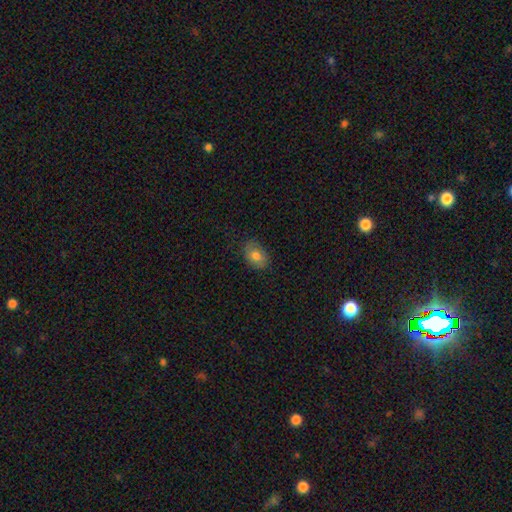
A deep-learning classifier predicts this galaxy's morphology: Smooth or featured: smooth — 78% (featured or disk — 13%)
How rounded: in between — 78% (round — 21%)
Merging: none — 80% (minor disturbance — 15%)